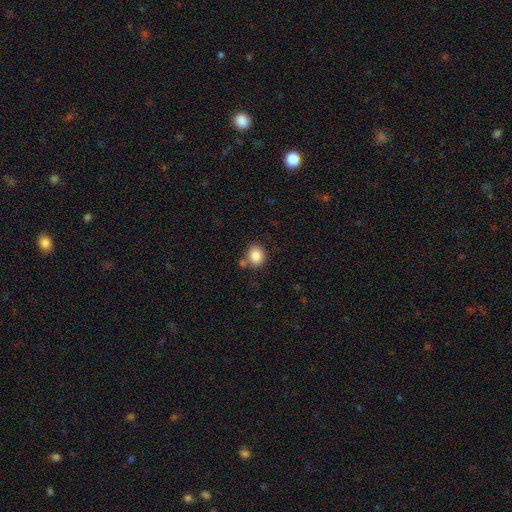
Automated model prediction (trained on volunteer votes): smooth_or_featured: smooth (p=0.87) [alt: star or artifact p=0.09]
how_rounded: round (p=0.72) [alt: in between p=0.27]
merging: none (p=0.75) [alt: minor disturbance p=0.11]